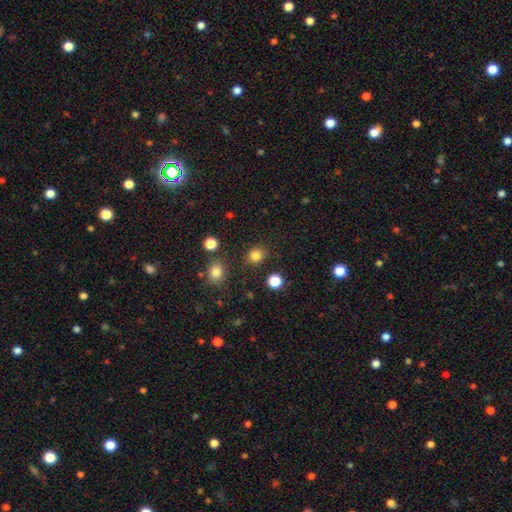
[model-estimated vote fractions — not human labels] Morphology: type=smooth (82%); roundness=round (81%); merging=none (83%).